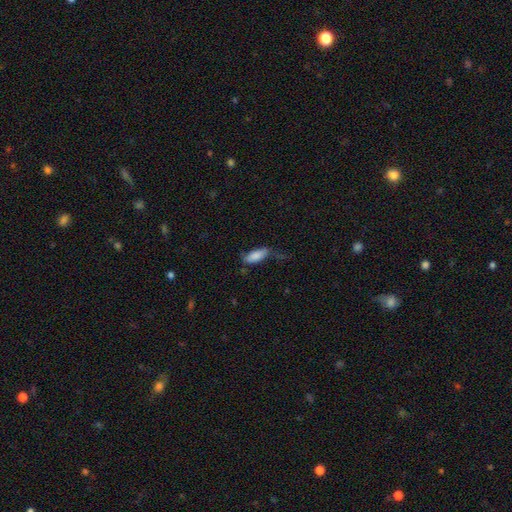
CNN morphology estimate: This is clearly a smooth galaxy (82%). How rounded: likely in between (74%). Merging: possibly none (52%).